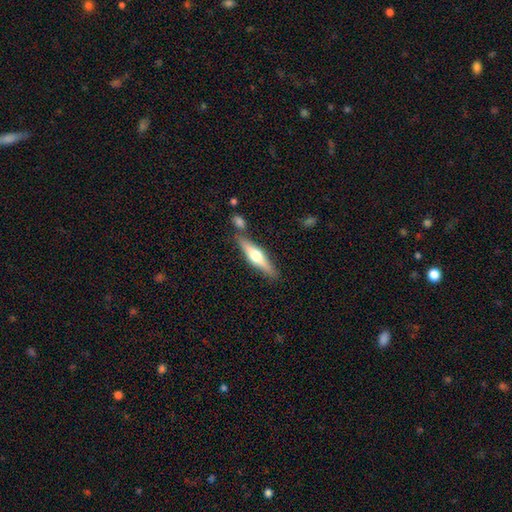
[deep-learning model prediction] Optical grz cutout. It shows a featured or disk galaxy (56%) viewed edge-on (94%) with a rounded central bulge (92%). Merging: none (76%).